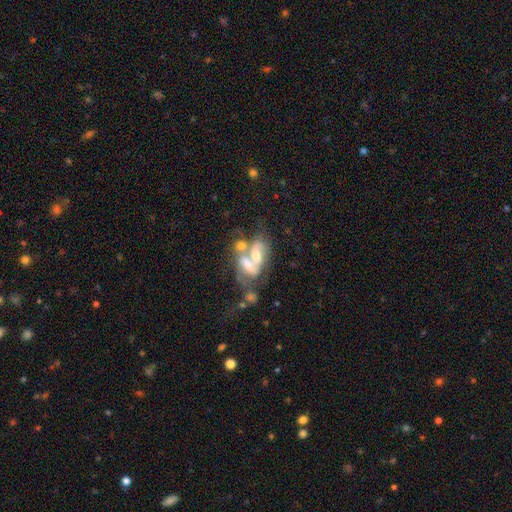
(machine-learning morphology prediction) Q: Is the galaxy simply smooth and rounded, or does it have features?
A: featured or disk — 56%.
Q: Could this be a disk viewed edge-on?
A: no — 95%.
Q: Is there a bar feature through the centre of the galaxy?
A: no — 57%.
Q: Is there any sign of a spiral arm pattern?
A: no — 58%.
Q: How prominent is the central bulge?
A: moderate — 45%.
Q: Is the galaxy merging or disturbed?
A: merger — 69%.